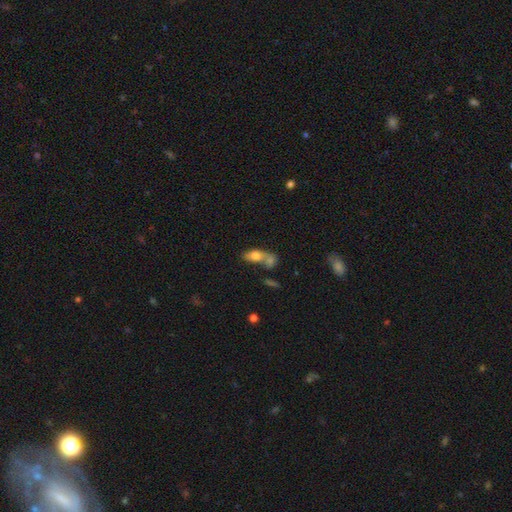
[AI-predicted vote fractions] smooth_or_featured: smooth (p=0.72) [alt: featured or disk p=0.19]
how_rounded: in between (p=0.80) [alt: cigar-shaped p=0.11]
merging: merger (p=0.54) [alt: none p=0.29]